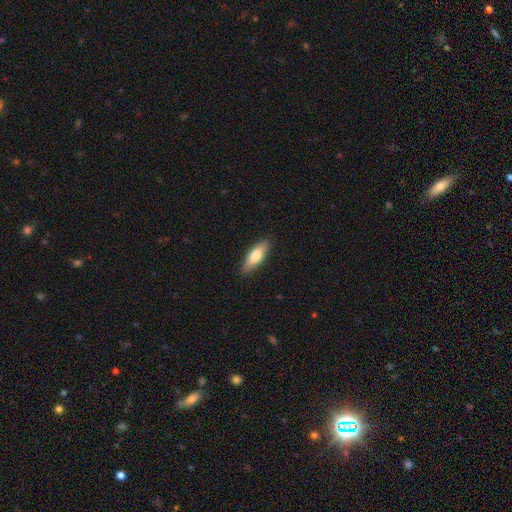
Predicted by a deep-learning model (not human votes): Smooth or featured: smooth — 72% (featured or disk — 22%)
How rounded: in between — 58% (cigar-shaped — 39%)
Merging: none — 88% (minor disturbance — 9%)